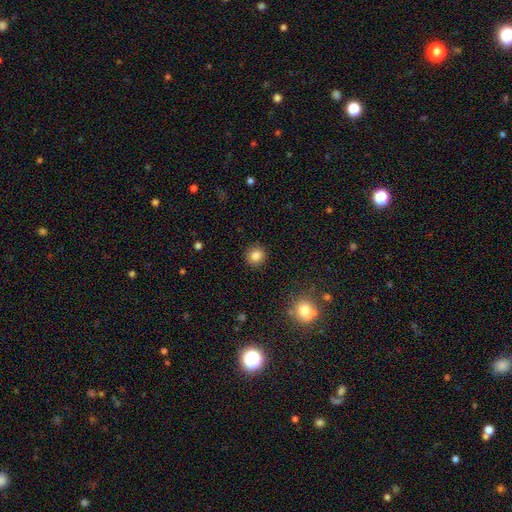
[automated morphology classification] smooth_or_featured: smooth (p=0.84) [alt: star or artifact p=0.11]
how_rounded: round (p=0.90) [alt: in between p=0.09]
merging: none (p=0.90) [alt: minor disturbance p=0.06]